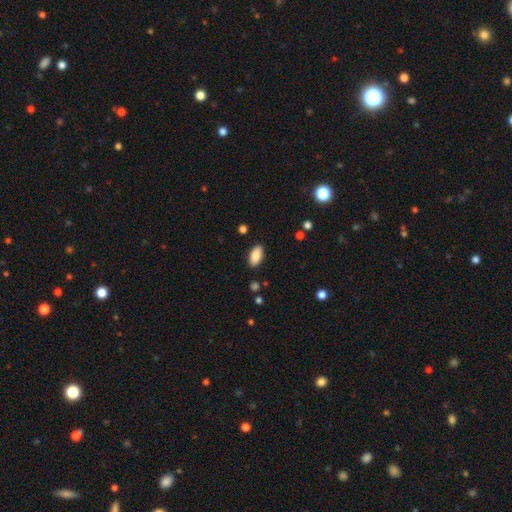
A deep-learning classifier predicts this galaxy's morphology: A smooth galaxy with no disk features (88%) that is in between round and cigar-shaped (93%).

Vote fractions:
- Smooth or featured? smooth: 88% / star or artifact: 7% / featured or disk: 6%
- How rounded? in between: 93% / cigar-shaped: 5% / round: 3%
- Merging? none: 88% / minor disturbance: 9% / major disturbance: 2% / merger: 1%